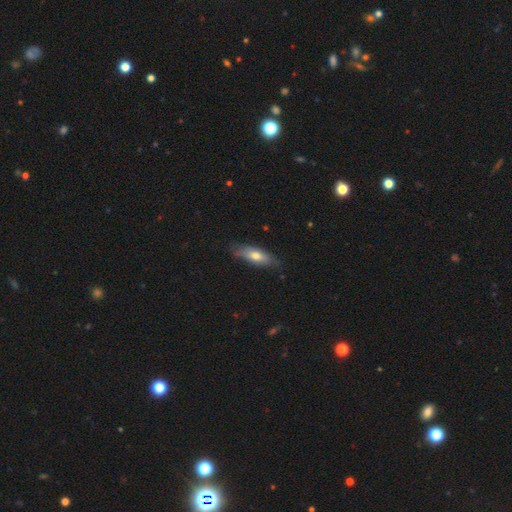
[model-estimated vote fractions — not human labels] A smooth galaxy with no disk features (64%) that is in between round and cigar-shaped (55%).

Vote fractions:
- Smooth or featured? smooth: 64% / featured or disk: 30% / star or artifact: 6%
- How rounded? in between: 55% / cigar-shaped: 43% / round: 2%
- Merging? none: 76% / minor disturbance: 19% / major disturbance: 3% / merger: 1%